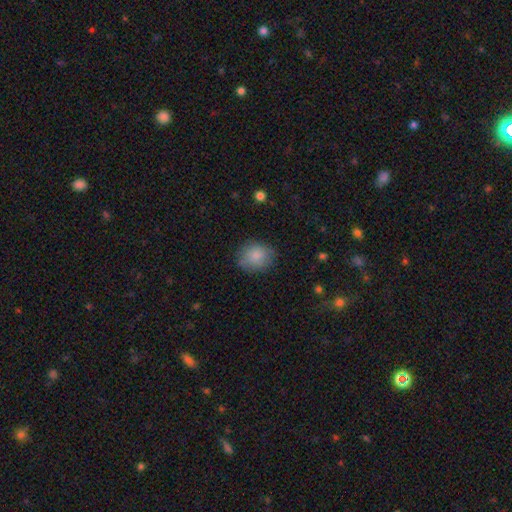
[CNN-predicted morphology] Smooth or featured? Predicted: smooth (p=0.84). How rounded? Predicted: round (p=0.67). Merging? Predicted: none (p=0.80).